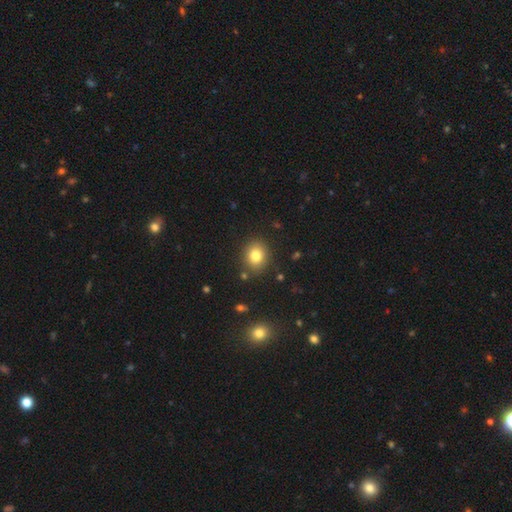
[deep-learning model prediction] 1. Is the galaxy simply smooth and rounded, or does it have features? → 81% smooth, 11% star or artifact, 8% featured or disk.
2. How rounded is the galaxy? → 64% round, 35% in between, 1% cigar-shaped.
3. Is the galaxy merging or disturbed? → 86% none, 9% minor disturbance, 3% merger, 3% major disturbance.